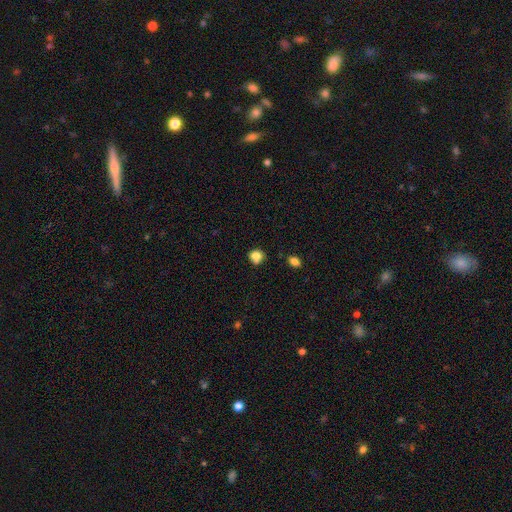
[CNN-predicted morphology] Smooth or featured? Predicted: smooth (p=0.83). How rounded? Predicted: round (p=0.79). Merging? Predicted: none (p=0.64).